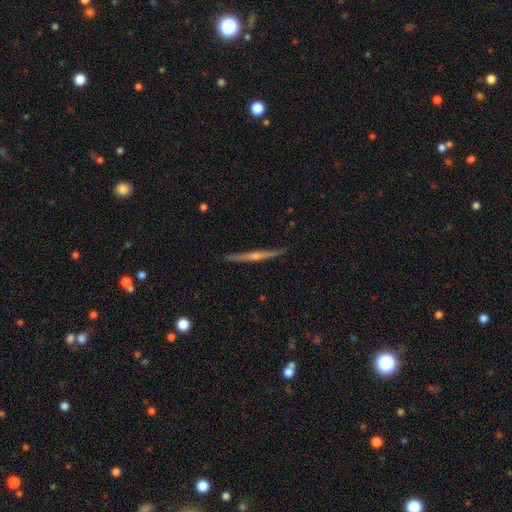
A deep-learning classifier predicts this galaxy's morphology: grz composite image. It shows a featured or disk galaxy (74%) viewed edge-on (98%) with a rounded central bulge (73%). Merging: none (90%).